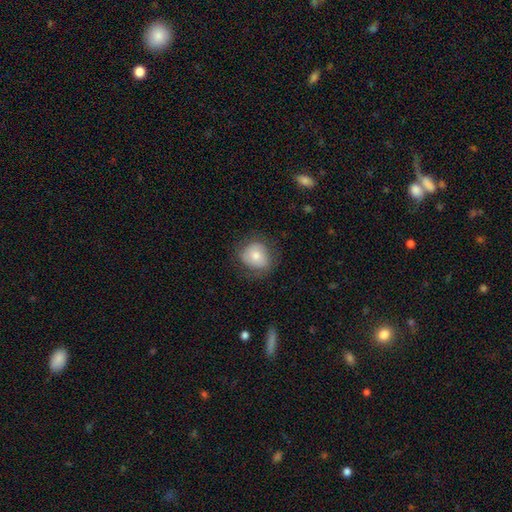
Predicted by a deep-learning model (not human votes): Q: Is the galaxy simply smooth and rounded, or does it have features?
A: smooth — 72%.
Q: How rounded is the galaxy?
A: round — 73%.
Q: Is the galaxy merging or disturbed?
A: none — 71%.